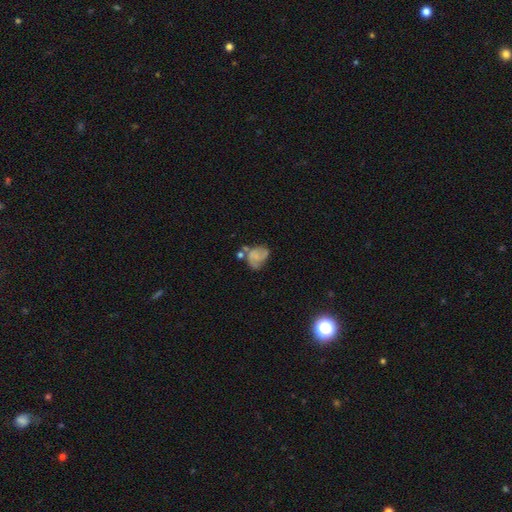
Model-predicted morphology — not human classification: This is possibly a featured or disk galaxy (51%). It is clearly not viewed edge-on (98%). Merging: marginally none (37%).